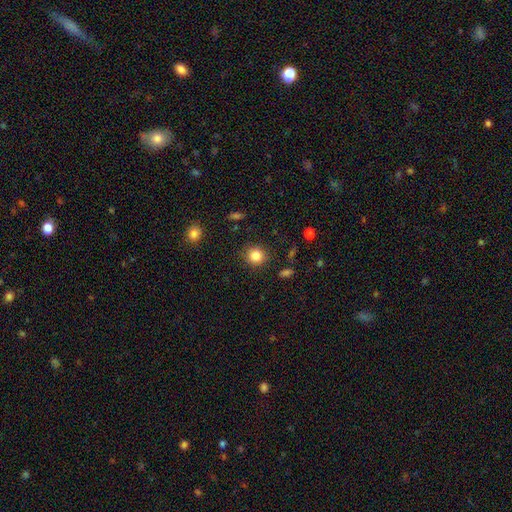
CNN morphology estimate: smooth-or-featured: smooth: 84% | star or artifact: 10% | featured or disk: 5%
  how-rounded: round: 89% | in between: 10% | cigar-shaped: 1%
  merging: none: 89% | minor disturbance: 7% | major disturbance: 3% | merger: 2%